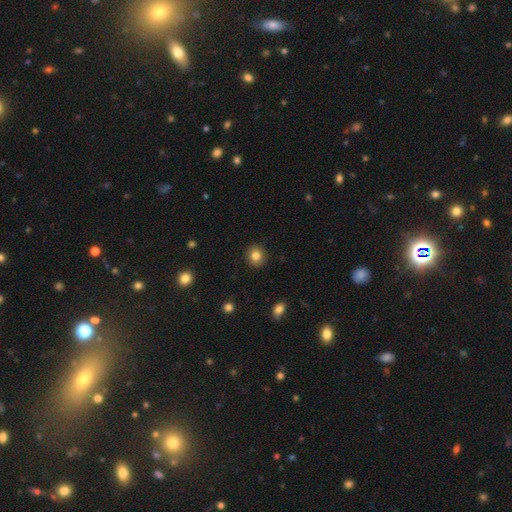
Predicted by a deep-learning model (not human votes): Smooth or featured? smooth (83%)
How rounded? round (82%)
Merging? none (90%)